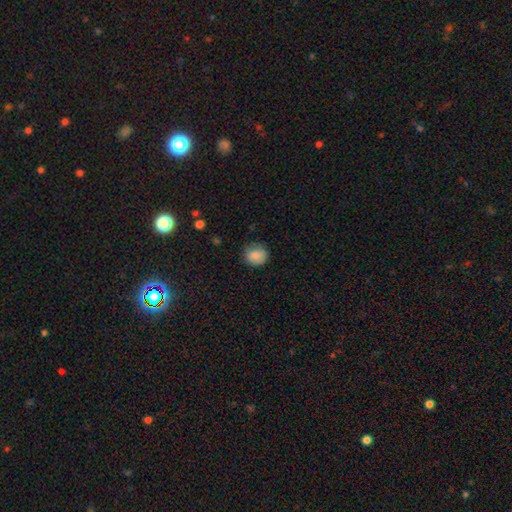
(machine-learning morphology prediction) smooth 87%, star or artifact 9%, featured or disk 5%. Down the decision tree: how rounded — round (76%); merging — none (76%).